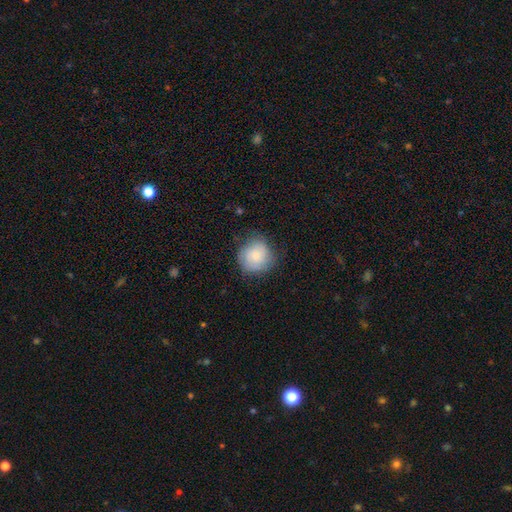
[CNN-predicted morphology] type=smooth (73%); roundness=round (88%); merging=none (71%).